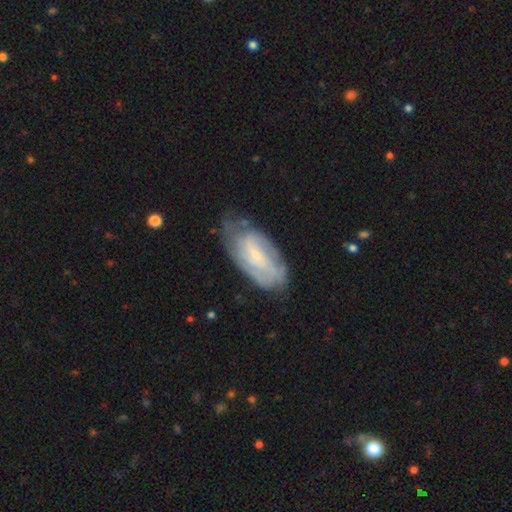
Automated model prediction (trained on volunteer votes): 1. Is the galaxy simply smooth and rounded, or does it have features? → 71% featured or disk, 23% smooth, 6% star or artifact.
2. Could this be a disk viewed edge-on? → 93% no, 7% yes.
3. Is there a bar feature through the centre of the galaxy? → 50% no, 39% weak, 11% strong.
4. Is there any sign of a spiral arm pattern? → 84% yes, 16% no.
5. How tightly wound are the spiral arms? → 56% tight, 32% medium, 11% loose.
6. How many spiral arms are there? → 50% can't tell, 26% 2, 10% 3, 6% 4, 4% 1, 3% more than 4.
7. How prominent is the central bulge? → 77% small, 17% moderate, 4% none, 1% large, 1% dominant.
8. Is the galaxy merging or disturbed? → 59% none, 29% minor disturbance, 11% major disturbance, 2% merger.